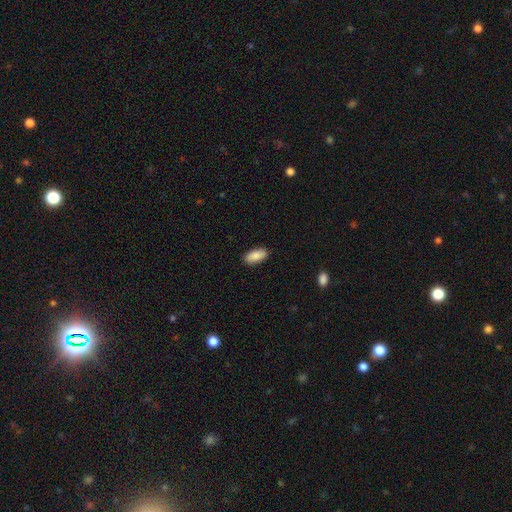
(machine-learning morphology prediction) The model was most divided on "smooth or featured": smooth: 87%, featured or disk: 7%, star or artifact: 6%. More confident: how rounded — in between (89%); merging — none (89%).